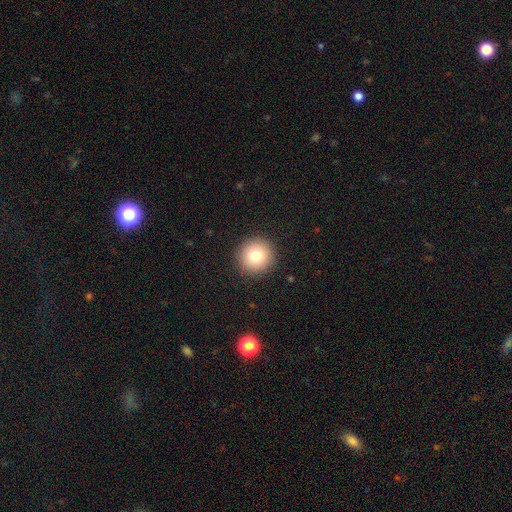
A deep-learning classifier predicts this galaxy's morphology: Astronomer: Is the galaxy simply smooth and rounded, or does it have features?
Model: smooth — 77%.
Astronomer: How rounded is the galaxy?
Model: round — 95%.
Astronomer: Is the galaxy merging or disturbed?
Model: none — 92%.